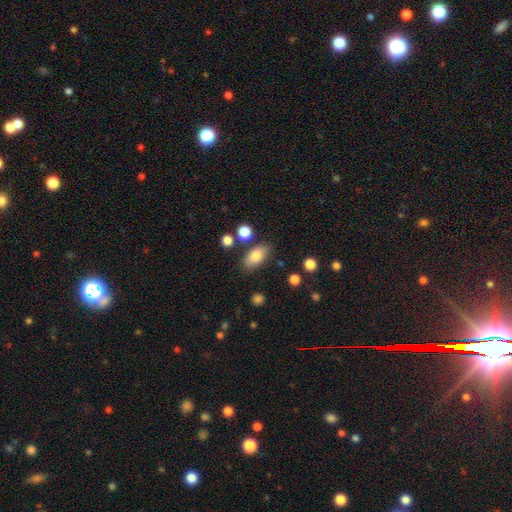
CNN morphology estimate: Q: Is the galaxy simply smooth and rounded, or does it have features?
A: smooth — 80%.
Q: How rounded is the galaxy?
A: in between — 88%.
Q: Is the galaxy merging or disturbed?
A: none — 79%.